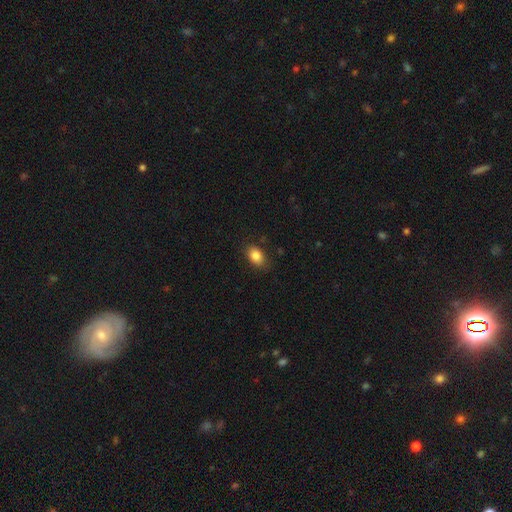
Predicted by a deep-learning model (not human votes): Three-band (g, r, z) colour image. It shows a smooth galaxy with no disk features (85%) that is in between round and cigar-shaped (82%). Merging: none (84%).